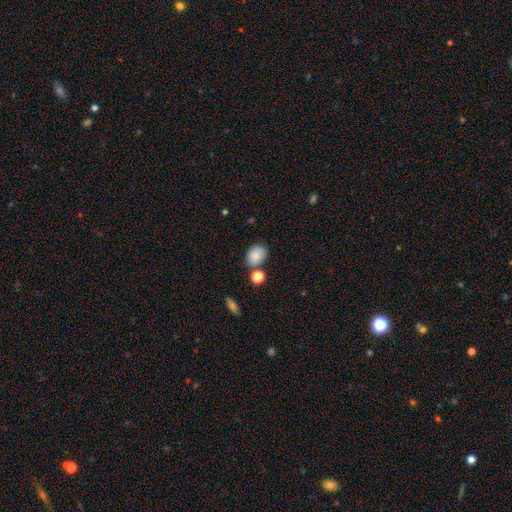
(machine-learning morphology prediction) Q: Smooth or featured?
A: smooth (84%); runner-up: star or artifact (9%)
Q: How rounded?
A: in between (64%); runner-up: round (35%)
Q: Merging?
A: none (66%); runner-up: minor disturbance (17%)